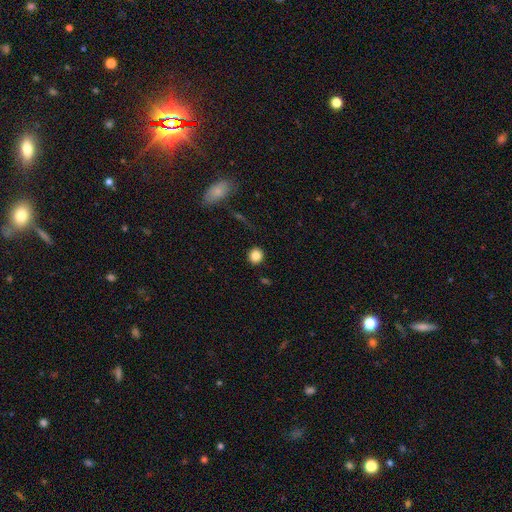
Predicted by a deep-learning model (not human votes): Smooth or featured?
  - smooth: 84% *
  - star or artifact: 10%
  - featured or disk: 6%
How rounded?
  - round: 91% *
  - in between: 8%
  - cigar-shaped: 1%
Merging?
  - none: 90% *
  - minor disturbance: 6%
  - major disturbance: 2%
  - merger: 2%